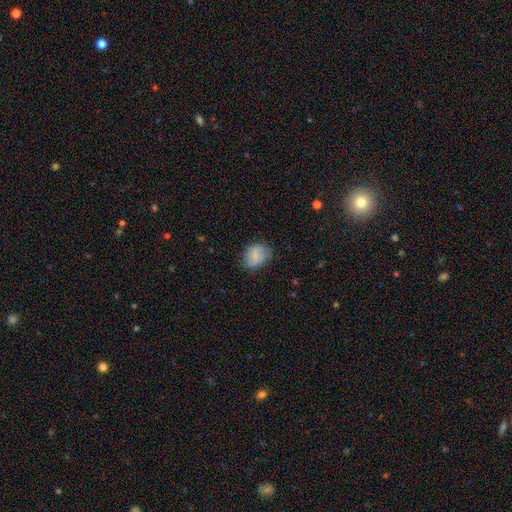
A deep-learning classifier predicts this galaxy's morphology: Smooth or featured? Predicted: smooth (p=0.76). How rounded? Predicted: in between (p=0.63). Merging? Predicted: none (p=0.68).